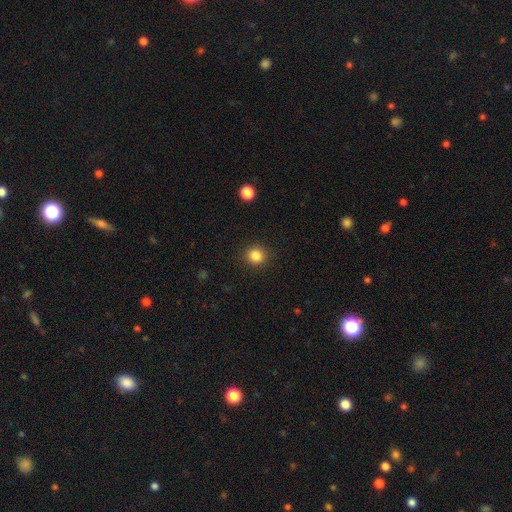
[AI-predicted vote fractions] smooth-or-featured: smooth: 85% | star or artifact: 11% | featured or disk: 4%
  how-rounded: round: 90% | in between: 9% | cigar-shaped: 1%
  merging: none: 92% | minor disturbance: 5% | major disturbance: 2% | merger: 1%